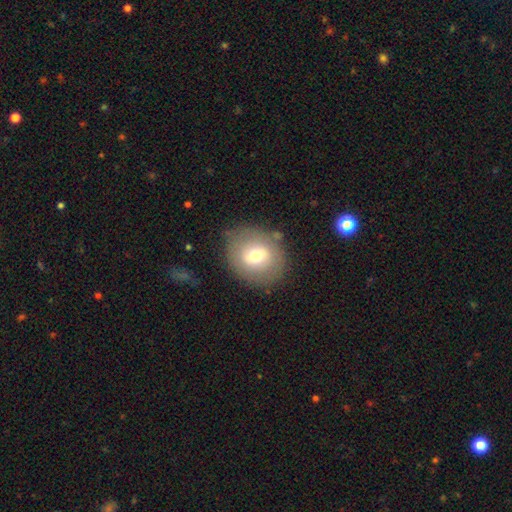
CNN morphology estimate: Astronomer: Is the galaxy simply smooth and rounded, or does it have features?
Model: smooth — 66%.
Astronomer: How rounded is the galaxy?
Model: round — 70%.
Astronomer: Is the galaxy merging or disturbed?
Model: none — 78%.